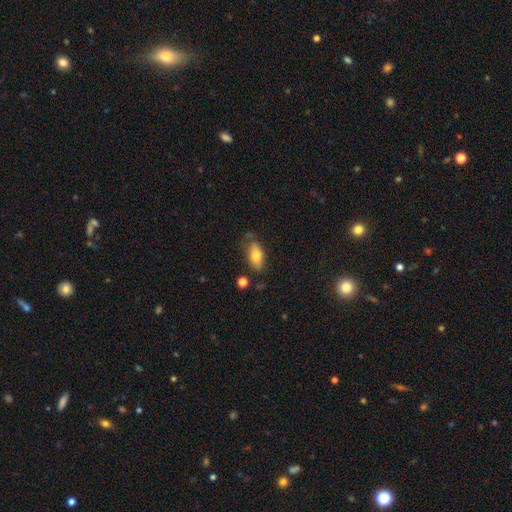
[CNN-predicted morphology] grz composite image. It shows a smooth galaxy with no disk features (75%) that is in between round and cigar-shaped (84%). Merging: none (72%).